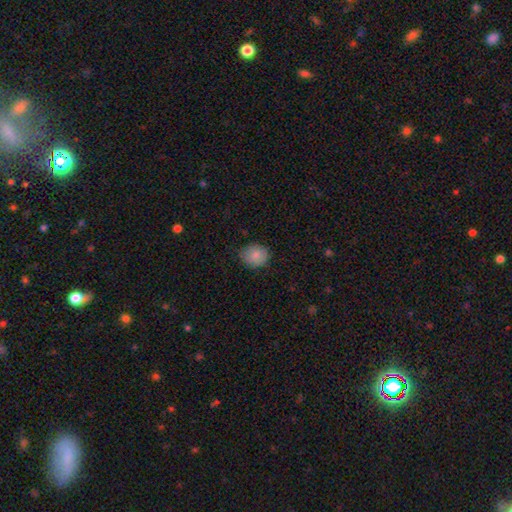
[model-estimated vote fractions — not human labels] A smooth galaxy with no disk features (83%) that is round (75%).

Vote fractions:
- Smooth or featured? smooth: 83% / featured or disk: 9% / star or artifact: 8%
- How rounded? round: 75% / in between: 24% / cigar-shaped: 1%
- Merging? none: 78% / minor disturbance: 18% / major disturbance: 3% / merger: 1%